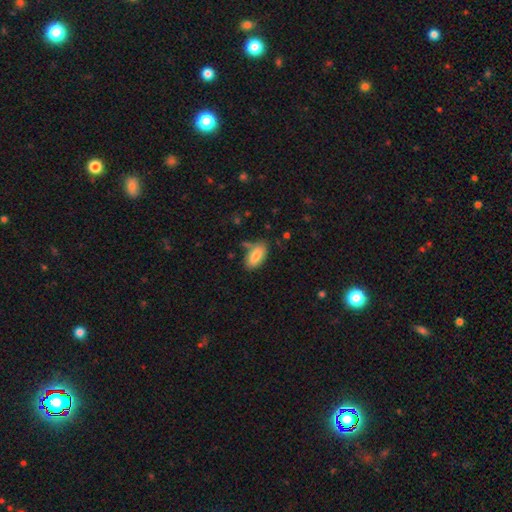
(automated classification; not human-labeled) Q: Smooth or featured?
A: smooth (83%); runner-up: featured or disk (10%)
Q: How rounded?
A: in between (92%); runner-up: cigar-shaped (6%)
Q: Merging?
A: none (66%); runner-up: minor disturbance (21%)